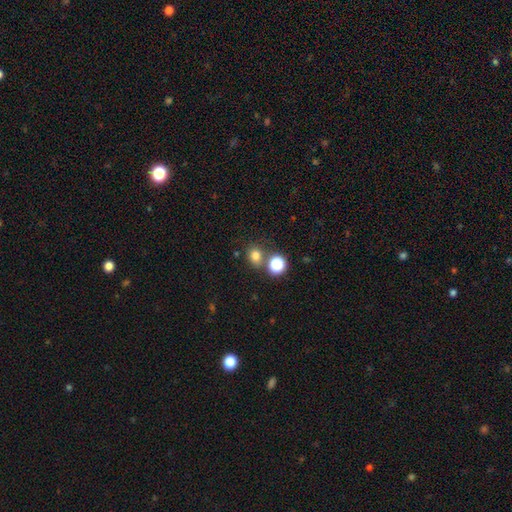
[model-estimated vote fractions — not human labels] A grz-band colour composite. It shows a smooth galaxy with no disk features (76%) that is round (67%). Merging: none (67%).